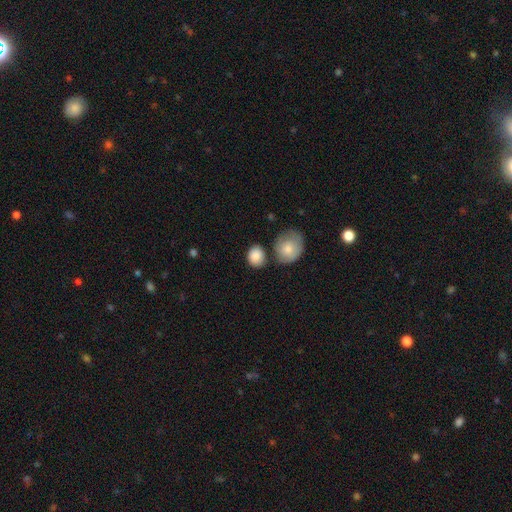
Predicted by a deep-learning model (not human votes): smooth_or_featured: smooth (p=0.87) [alt: star or artifact p=0.07]
how_rounded: round (p=0.58) [alt: in between p=0.41]
merging: none (p=0.66) [alt: minor disturbance p=0.16]